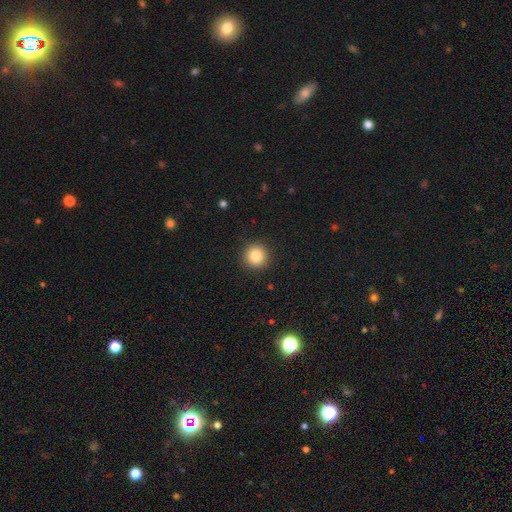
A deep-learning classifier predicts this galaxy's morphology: Smooth or featured? Predicted: smooth (p=0.85). How rounded? Predicted: round (p=0.95). Merging? Predicted: none (p=0.92).